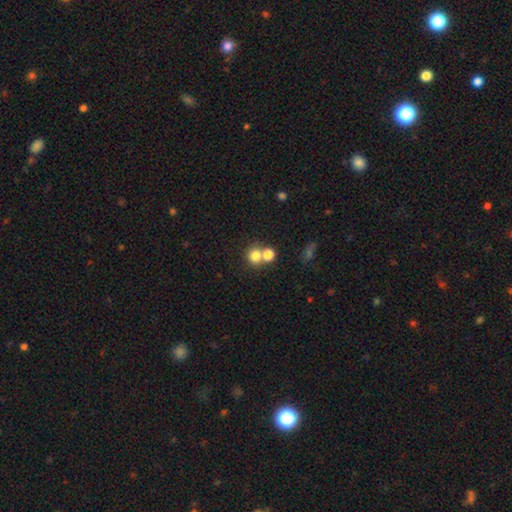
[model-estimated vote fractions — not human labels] The model was most divided on "merging": none: 49%, merger: 41%, minor disturbance: 7%, major disturbance: 3%. More confident: how rounded — round (84%); smooth or featured — smooth (77%).